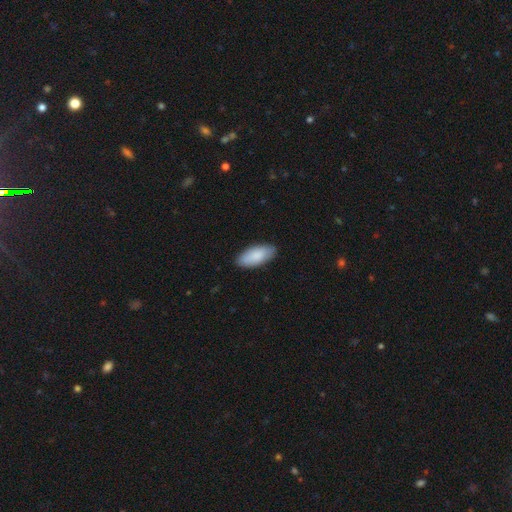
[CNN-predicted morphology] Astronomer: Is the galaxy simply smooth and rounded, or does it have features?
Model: smooth — 87%.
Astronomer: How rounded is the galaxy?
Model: in between — 90%.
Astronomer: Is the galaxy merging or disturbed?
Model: none — 87%.